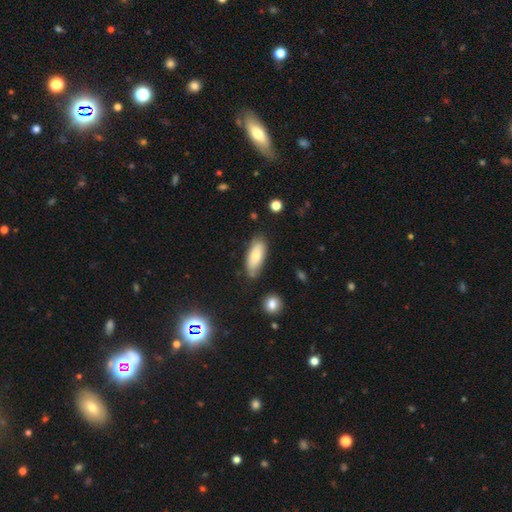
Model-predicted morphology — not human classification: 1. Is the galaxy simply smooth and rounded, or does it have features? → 75% smooth, 18% featured or disk, 7% star or artifact.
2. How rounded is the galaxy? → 78% in between, 19% cigar-shaped, 2% round.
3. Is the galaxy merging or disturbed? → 74% none, 18% minor disturbance, 4% merger, 4% major disturbance.